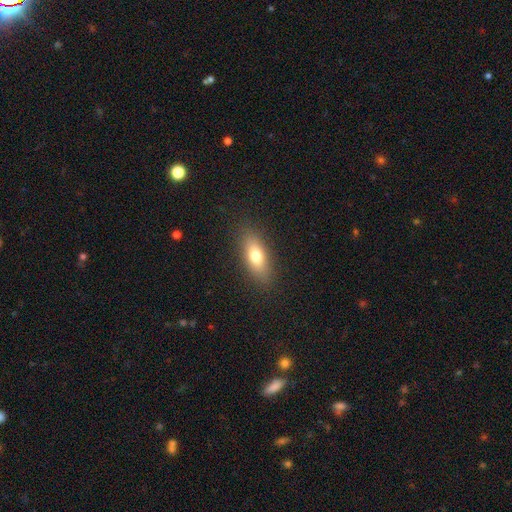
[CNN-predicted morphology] smooth 73%, featured or disk 18%, star or artifact 8%. Down the decision tree: how rounded — in between (72%); merging — none (87%).